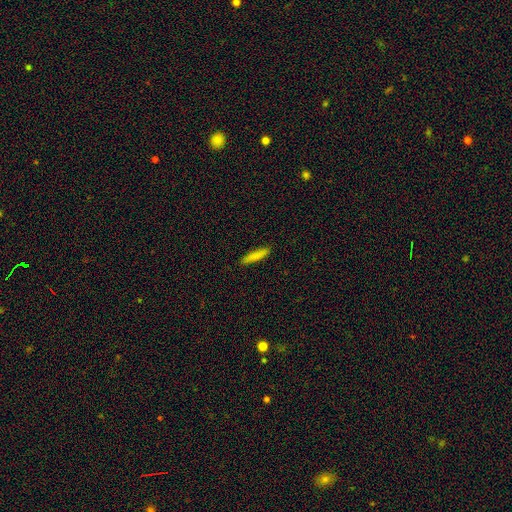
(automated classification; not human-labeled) Smooth or featured? Predicted: smooth (p=0.83). How rounded? Predicted: cigar-shaped (p=0.86). Merging? Predicted: none (p=0.90).